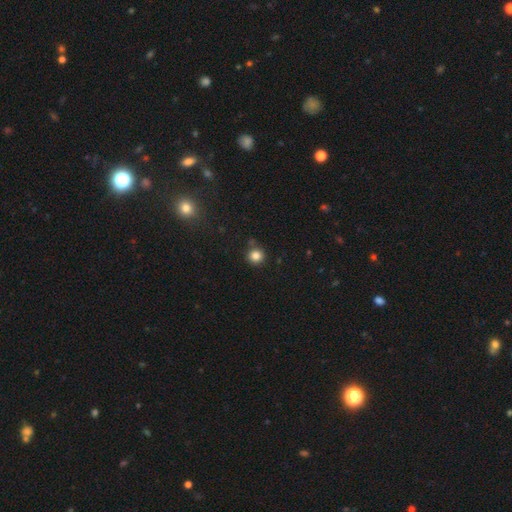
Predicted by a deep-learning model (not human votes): This appears to be a smooth galaxy with no disk features (83%) that is round (93%). Merging: none (81%).